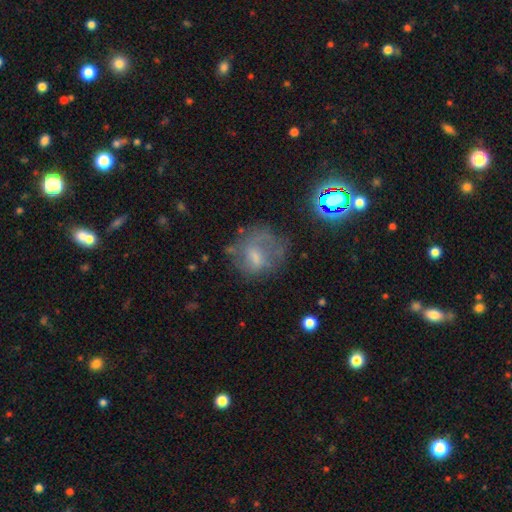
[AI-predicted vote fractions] Q: Smooth or featured?
A: featured or disk (44%); runner-up: smooth (40%)
Q: Merging?
A: none (44%); runner-up: major disturbance (29%)